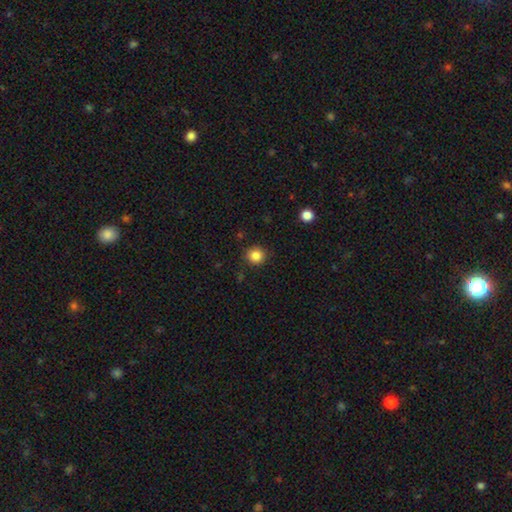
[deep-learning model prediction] This is clearly a smooth galaxy (85%). How rounded: clearly round (92%). Merging: clearly none (90%).